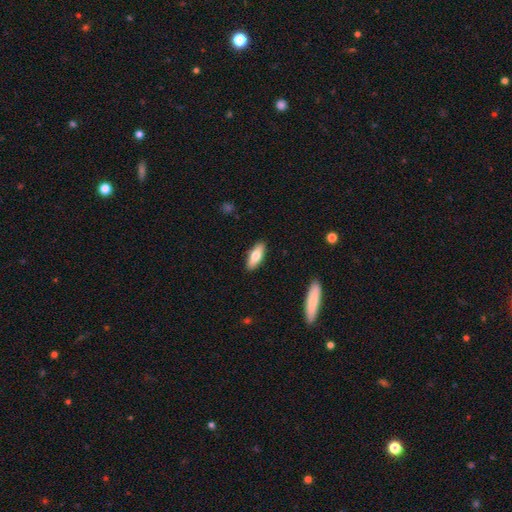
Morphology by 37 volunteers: smooth_or_featured: smooth (p=0.78) [alt: featured or disk p=0.16]
how_rounded: in between (p=0.59) [alt: cigar-shaped p=0.41]
merging: none (p=0.83) [alt: minor disturbance p=0.14]